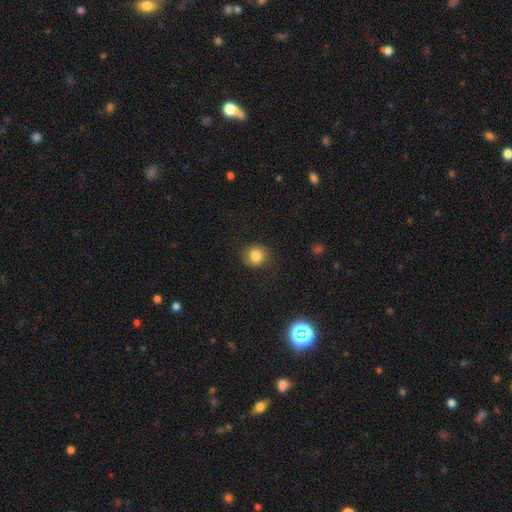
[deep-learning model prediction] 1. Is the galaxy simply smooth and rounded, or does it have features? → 82% smooth, 10% star or artifact, 7% featured or disk.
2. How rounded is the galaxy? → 86% round, 13% in between, 1% cigar-shaped.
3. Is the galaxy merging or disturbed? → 81% none, 13% minor disturbance, 5% major disturbance, 1% merger.